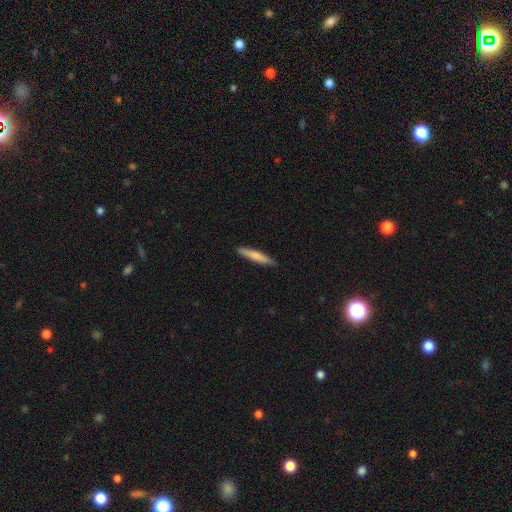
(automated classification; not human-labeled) Smooth or featured? Predicted: smooth (p=0.73). How rounded? Predicted: cigar-shaped (p=0.93). Merging? Predicted: none (p=0.89).